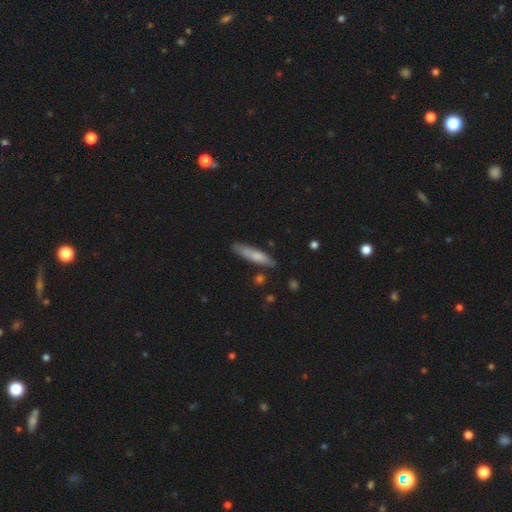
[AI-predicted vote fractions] Q: Smooth or featured?
A: smooth (71%); runner-up: featured or disk (23%)
Q: How rounded?
A: cigar-shaped (85%); runner-up: in between (13%)
Q: Merging?
A: none (79%); runner-up: minor disturbance (15%)